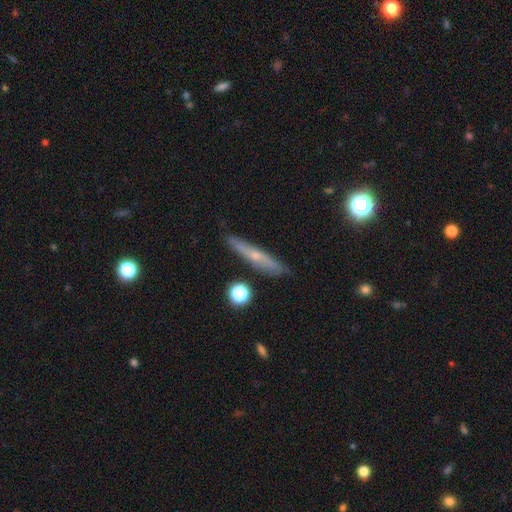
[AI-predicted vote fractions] A featured or disk galaxy (52%) viewed edge-on (88%).

Vote fractions:
- Smooth or featured? featured or disk: 52% / smooth: 40% / star or artifact: 8%
- Edge-on disk? yes: 88% / no: 12%
- Merging? none: 86% / minor disturbance: 11% / major disturbance: 2% / merger: 2%